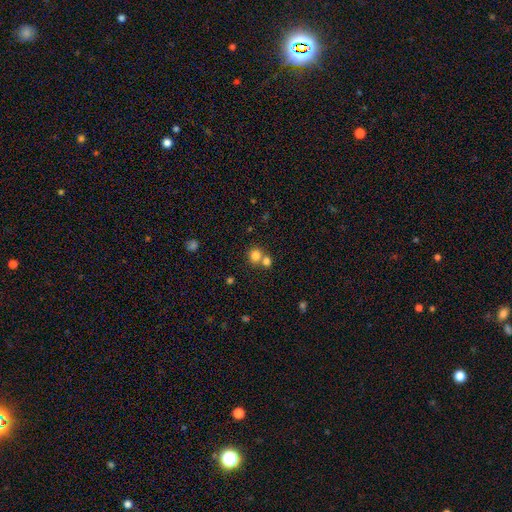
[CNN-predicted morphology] smooth-or-featured: smooth: 80% | star or artifact: 13% | featured or disk: 8%
  how-rounded: round: 87% | in between: 12% | cigar-shaped: 1%
  merging: none: 52% | merger: 39% | minor disturbance: 6% | major disturbance: 3%